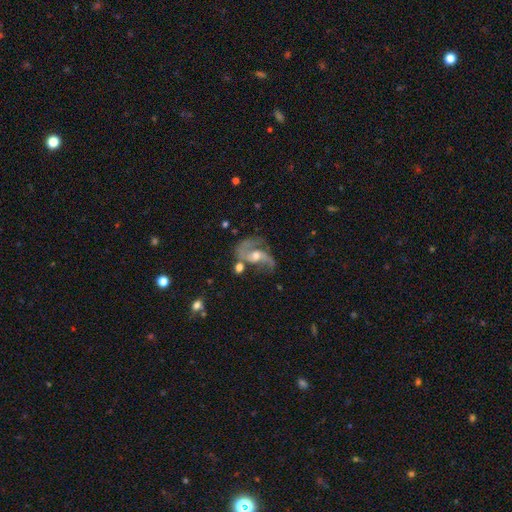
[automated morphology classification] smooth-or-featured: featured or disk: 85% | smooth: 8% | star or artifact: 7%
  disk-edge-on: no: 97% | yes: 3%
    bar: no: 51% | weak: 37% | strong: 12%
    has-spiral-arms: yes: 94% | no: 6%
      spiral-winding: loose: 53% | medium: 38% | tight: 9%
      spiral-arm-count: 2: 85% | 1: 5% | can't tell: 4% | 3: 3% | 4: 1% | more than 4: 1%
    bulge-size: moderate: 63% | small: 26% | large: 7% | none: 3% | dominant: 1%
  merging: none: 45% | major disturbance: 23% | minor disturbance: 20% | merger: 12%